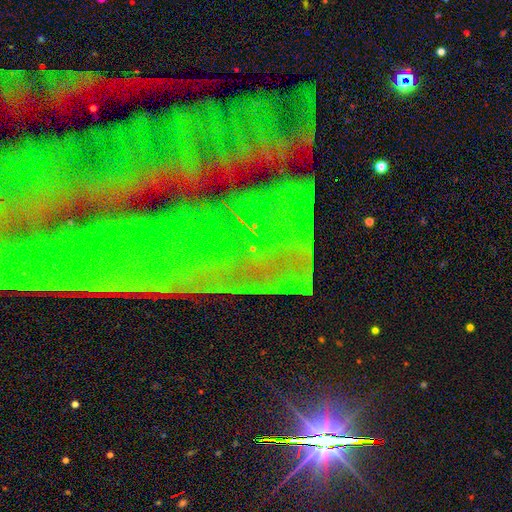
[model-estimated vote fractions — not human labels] Morphology: type=star or artifact (82%).